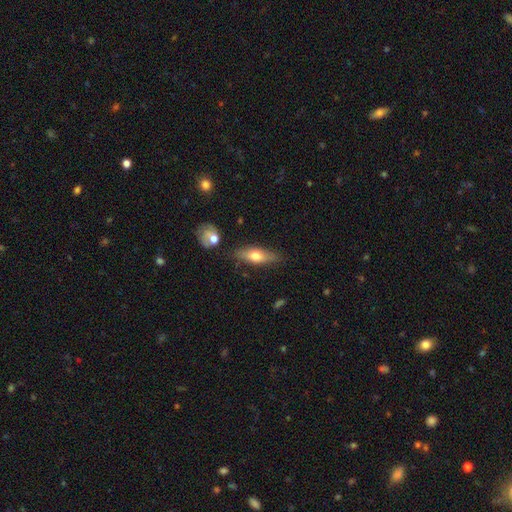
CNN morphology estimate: Smooth or featured? smooth (58%)
How rounded? in between (57%)
Merging? none (78%)